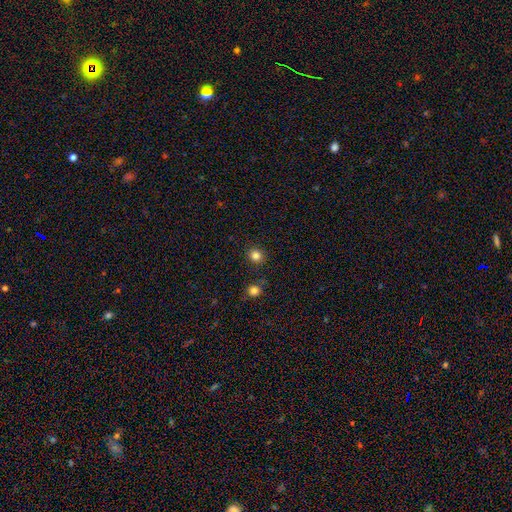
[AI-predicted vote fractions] The model was most divided on "smooth or featured": smooth: 83%, star or artifact: 13%, featured or disk: 4%. More confident: merging — none (88%); how rounded — round (88%).